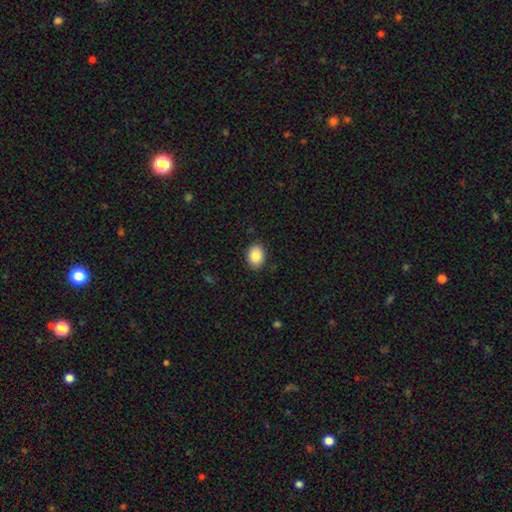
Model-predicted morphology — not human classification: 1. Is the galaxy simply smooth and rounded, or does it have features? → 87% smooth, 8% star or artifact, 5% featured or disk.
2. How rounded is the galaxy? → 69% in between, 30% round, 1% cigar-shaped.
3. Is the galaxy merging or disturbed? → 88% none, 9% minor disturbance, 2% major disturbance, 1% merger.